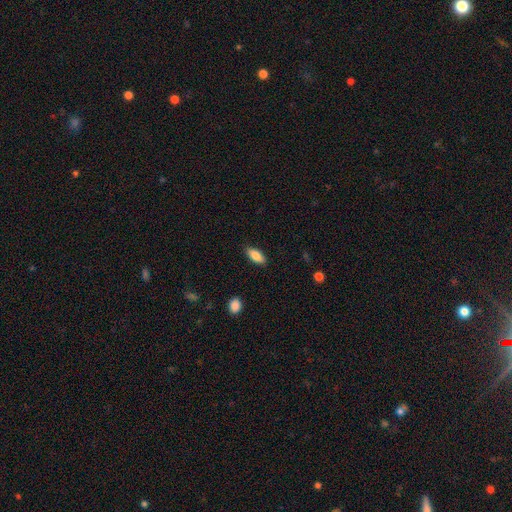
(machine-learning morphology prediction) type=smooth (85%); roundness=in between (83%); merging=none (87%).